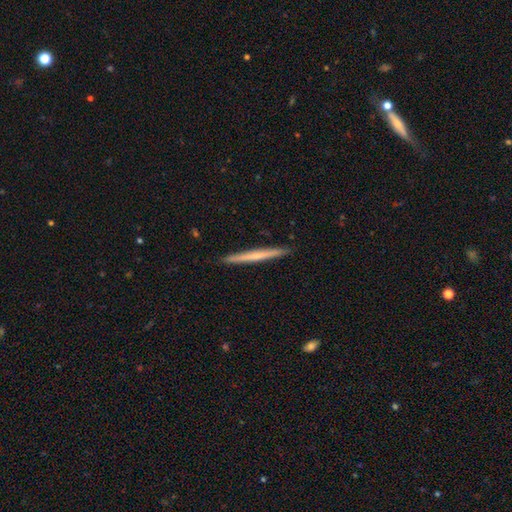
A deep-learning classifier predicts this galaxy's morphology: This appears to be a featured or disk galaxy (48%). Merging: none (92%).